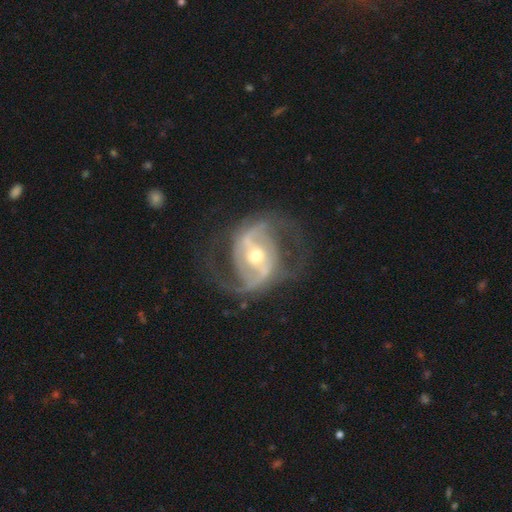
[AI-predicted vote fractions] Smooth or featured?
  - featured or disk: 89% *
  - smooth: 6%
  - star or artifact: 5%
Edge-on disk?
  - no: 97% *
  - yes: 3%
Bar?
  - strong: 42% *
  - weak: 36%
  - no: 22%
Spiral arms?
  - yes: 94% *
  - no: 6%
Spiral winding?
  - medium: 52% *
  - loose: 29%
  - tight: 19%
Spiral arm count?
  - 2: 86% *
  - can't tell: 5%
  - 3: 4%
  - 1: 2%
  - 4: 2%
  - more than 4: 1%
Bulge size?
  - moderate: 59% *
  - small: 34%
  - large: 5%
  - none: 1%
  - dominant: 1%
Merging?
  - none: 69% *
  - minor disturbance: 15%
  - major disturbance: 14%
  - merger: 2%